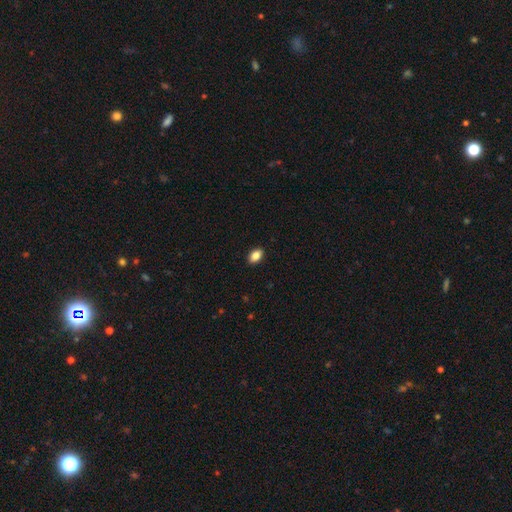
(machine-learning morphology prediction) Overall: smooth (87%). How rounded: in between (87%). Merging: none (91%).